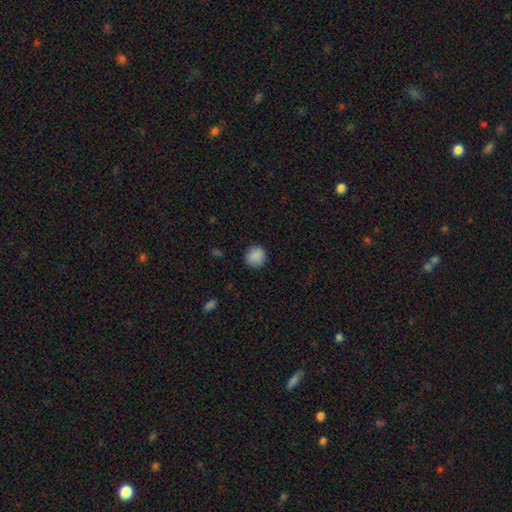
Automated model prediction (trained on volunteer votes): Smooth or featured? Predicted: smooth (p=0.88). How rounded? Predicted: round (p=0.88). Merging? Predicted: none (p=0.86).